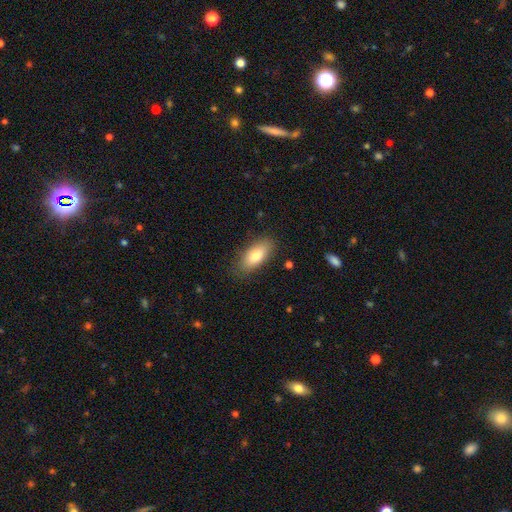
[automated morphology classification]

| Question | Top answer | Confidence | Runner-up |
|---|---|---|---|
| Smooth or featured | smooth | 79% | featured or disk (14%) |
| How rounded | in between | 84% | cigar-shaped (13%) |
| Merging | none | 83% | minor disturbance (13%) |